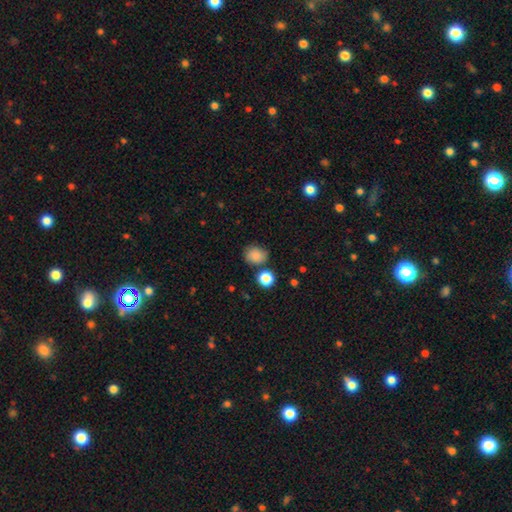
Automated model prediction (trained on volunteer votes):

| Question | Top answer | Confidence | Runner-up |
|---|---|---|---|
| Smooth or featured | smooth | 84% | star or artifact (10%) |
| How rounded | round | 68% | in between (31%) |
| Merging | none | 72% | minor disturbance (16%) |